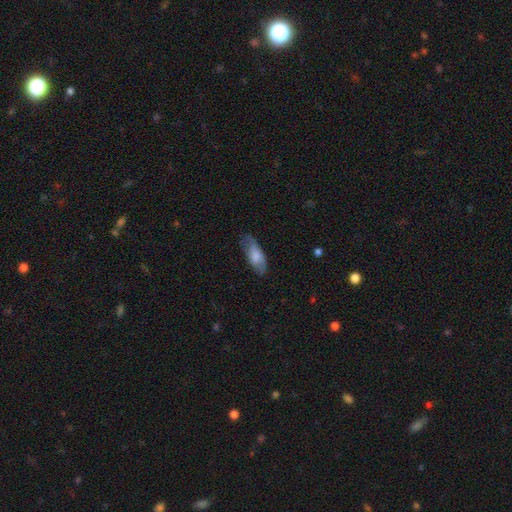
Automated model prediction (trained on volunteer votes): Morphology: type=smooth (71%); roundness=in between (78%); merging=none (68%).